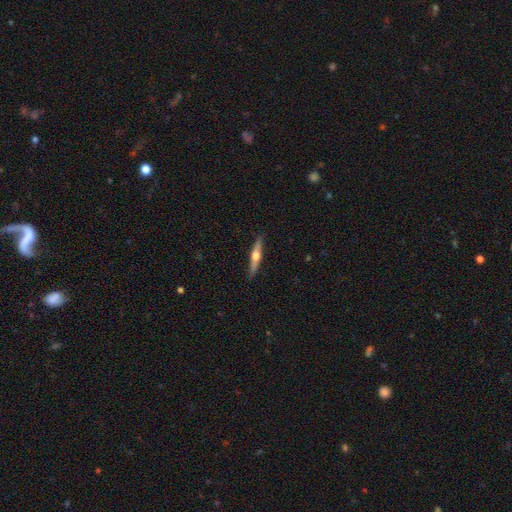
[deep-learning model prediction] Q: Smooth or featured?
A: featured or disk (64%); runner-up: smooth (31%)
Q: Edge-on disk?
A: yes (97%); runner-up: no (3%)
Q: Edge-on bulge?
A: rounded (94%); runner-up: none (3%)
Q: Merging?
A: none (90%); runner-up: minor disturbance (7%)